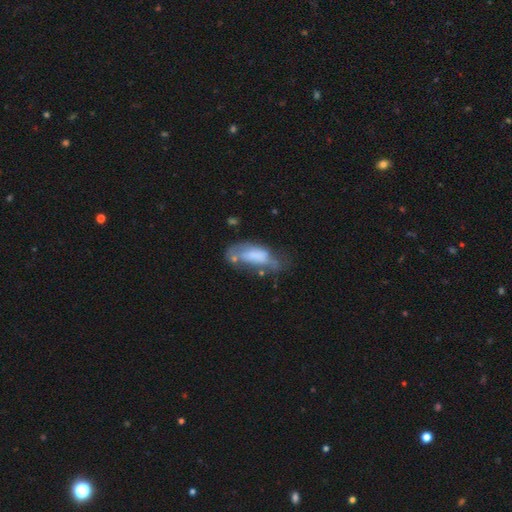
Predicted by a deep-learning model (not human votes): Overall: smooth (52%; featured or disk 39%). How rounded: in between (76%). Merging: major disturbance (32%; none 28%).